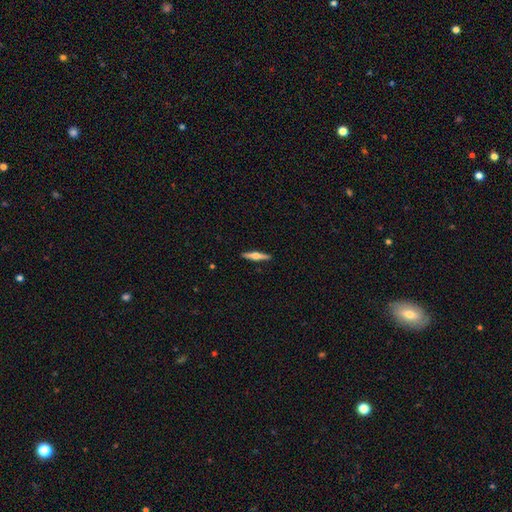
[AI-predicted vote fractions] featured or disk 61%, smooth 34%, star or artifact 5%. Down the decision tree: edge-on disk — yes (97%); edge-on bulge — rounded (93%); merging — none (92%).